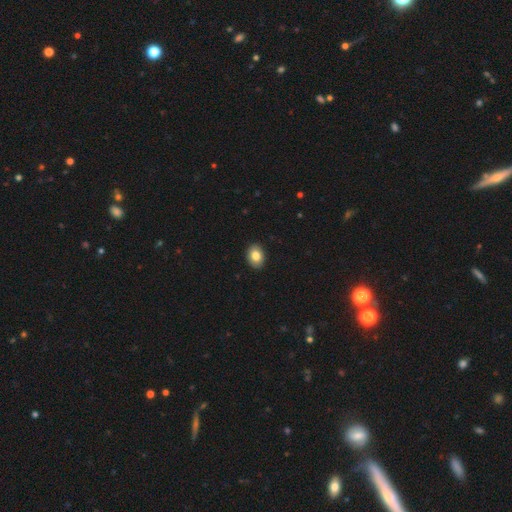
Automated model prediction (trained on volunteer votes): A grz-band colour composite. It shows a smooth galaxy with no disk features (84%) that is in between round and cigar-shaped (69%). Merging: none (90%).